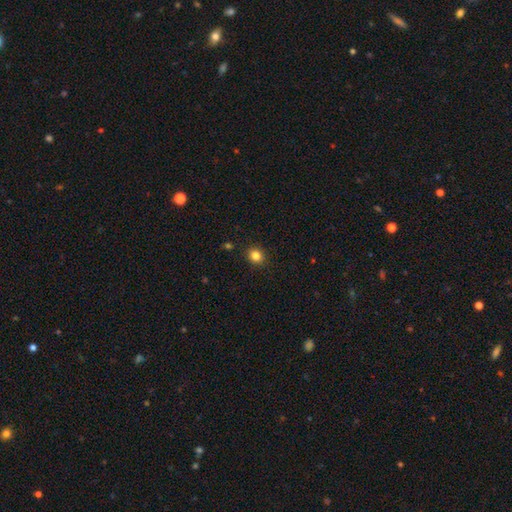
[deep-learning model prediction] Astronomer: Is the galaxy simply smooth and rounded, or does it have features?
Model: smooth — 83%.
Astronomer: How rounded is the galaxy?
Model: round — 72%.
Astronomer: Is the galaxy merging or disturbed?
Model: none — 90%.